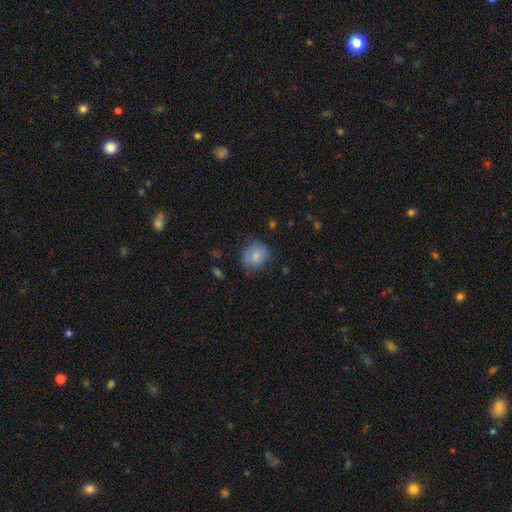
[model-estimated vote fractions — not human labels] This is likely a smooth galaxy (73%). How rounded: likely round (70%). Merging: likely none (64%).